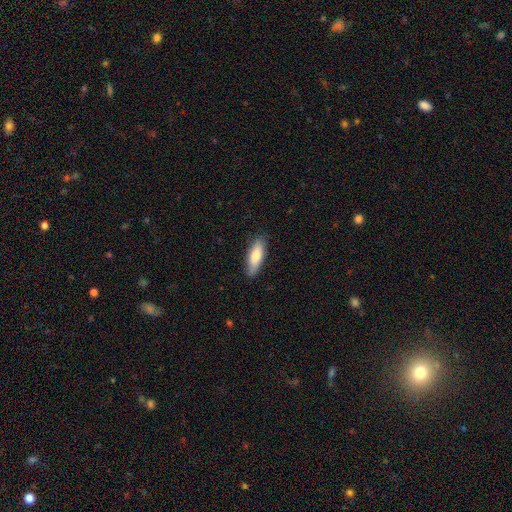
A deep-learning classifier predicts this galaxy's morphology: type=smooth (75%); roundness=in between (58%); merging=none (84%).